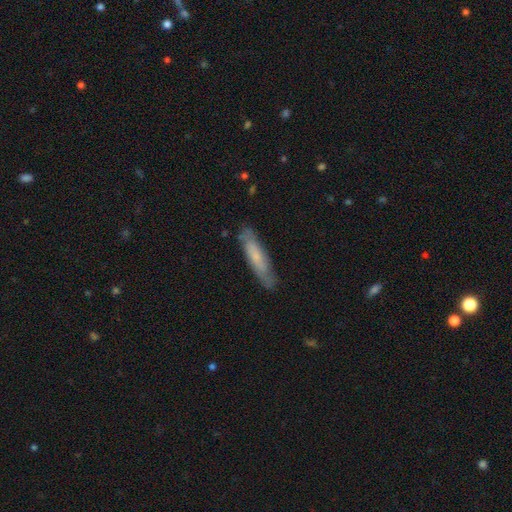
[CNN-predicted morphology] smooth_or_featured: smooth (p=0.55) [alt: featured or disk p=0.39]
how_rounded: cigar-shaped (p=0.81) [alt: in between p=0.17]
merging: none (p=0.81) [alt: minor disturbance p=0.15]